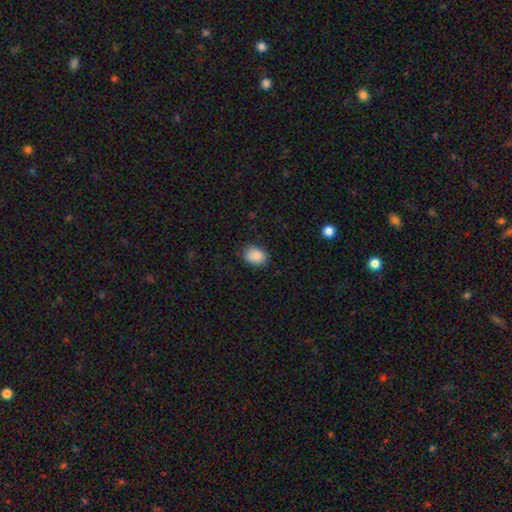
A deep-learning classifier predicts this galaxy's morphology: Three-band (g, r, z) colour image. It shows a smooth galaxy with no disk features (88%) that is in between round and cigar-shaped (66%). Merging: none (83%).